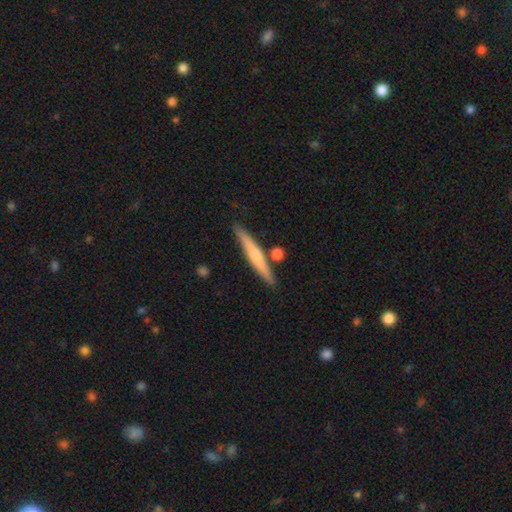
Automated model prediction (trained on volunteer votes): smooth-or-featured: smooth: 50% | featured or disk: 44% | star or artifact: 6%
  merging: none: 81% | minor disturbance: 9% | merger: 8% | major disturbance: 2%